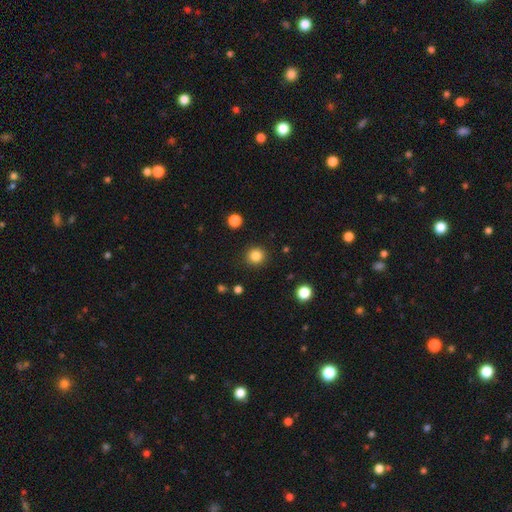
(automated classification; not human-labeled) A smooth galaxy with no disk features (85%) that is round (92%). Merging: none (90%).